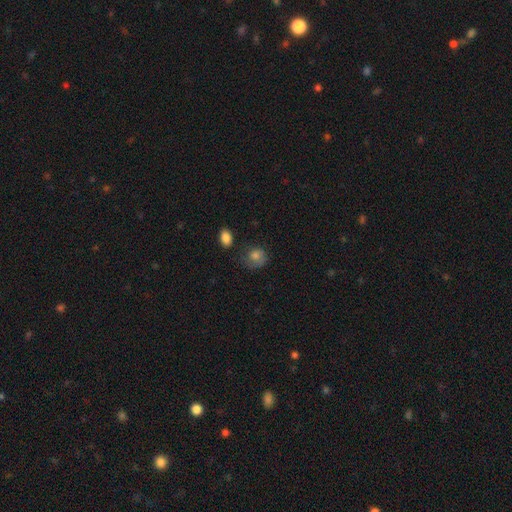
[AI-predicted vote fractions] smooth 75%, featured or disk 15%, star or artifact 9%. Down the decision tree: how rounded — round (63%); merging — none (46%).